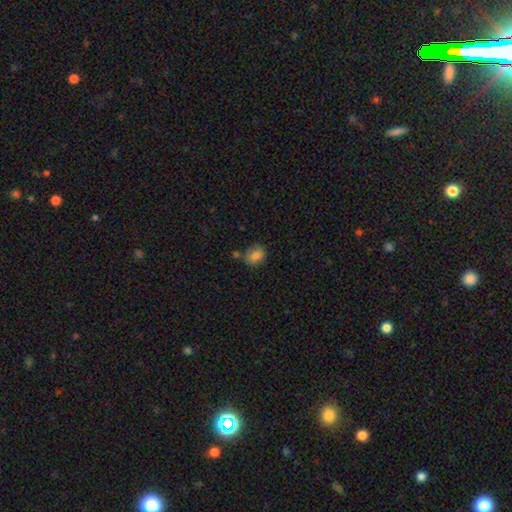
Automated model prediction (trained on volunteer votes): Q: Smooth or featured?
A: smooth (84%); runner-up: star or artifact (10%)
Q: How rounded?
A: round (67%); runner-up: in between (32%)
Q: Merging?
A: none (70%); runner-up: minor disturbance (17%)